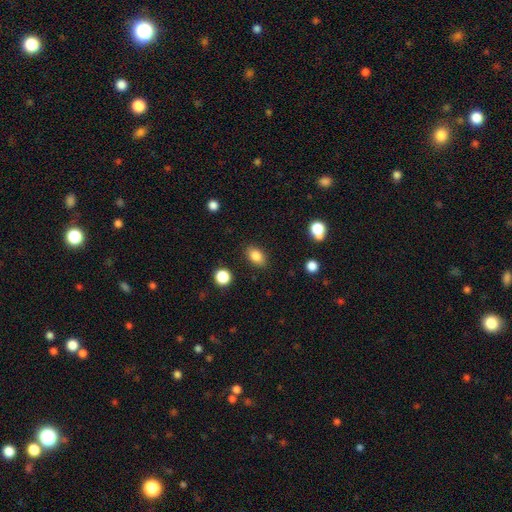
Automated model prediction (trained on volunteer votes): Smooth or featured? Predicted: smooth (p=0.84). How rounded? Predicted: in between (p=0.82). Merging? Predicted: none (p=0.86).